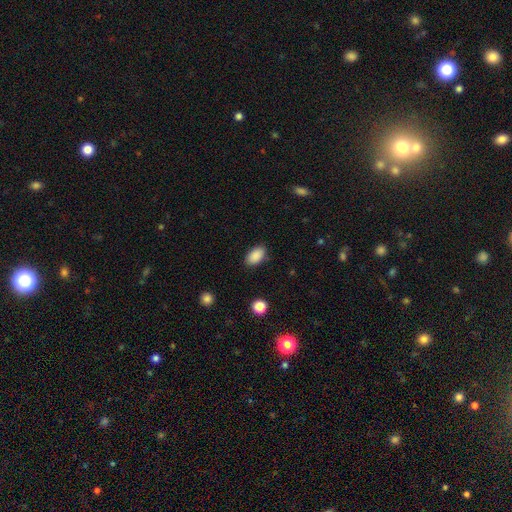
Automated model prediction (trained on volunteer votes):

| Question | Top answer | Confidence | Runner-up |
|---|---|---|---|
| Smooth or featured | smooth | 89% | star or artifact (8%) |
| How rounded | in between | 92% | round (6%) |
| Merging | none | 86% | minor disturbance (10%) |